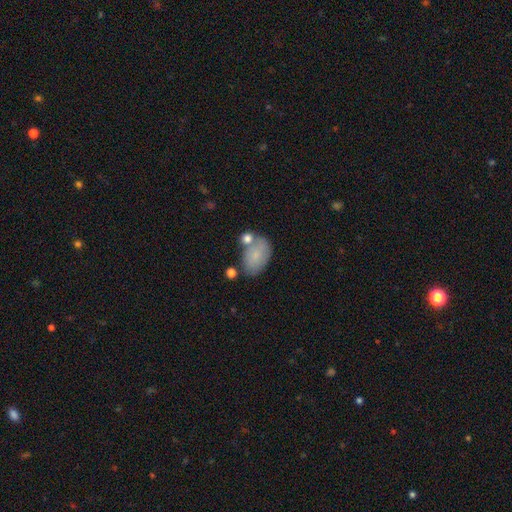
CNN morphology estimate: A smooth galaxy with no disk features (76%) that is in between round and cigar-shaped (88%). Merging: none (50%).